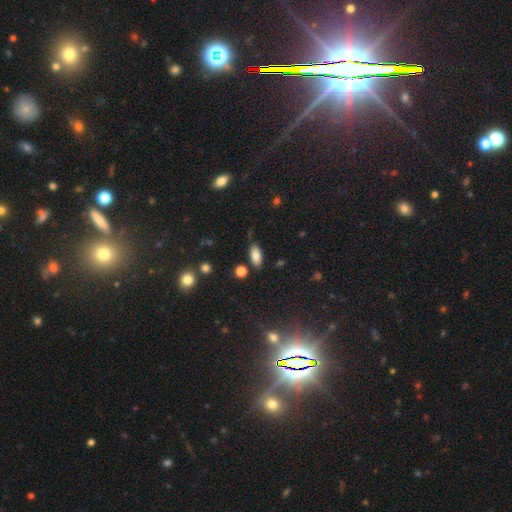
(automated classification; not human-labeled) Overall: smooth (81%). How rounded: in between (88%). Merging: none (77%).